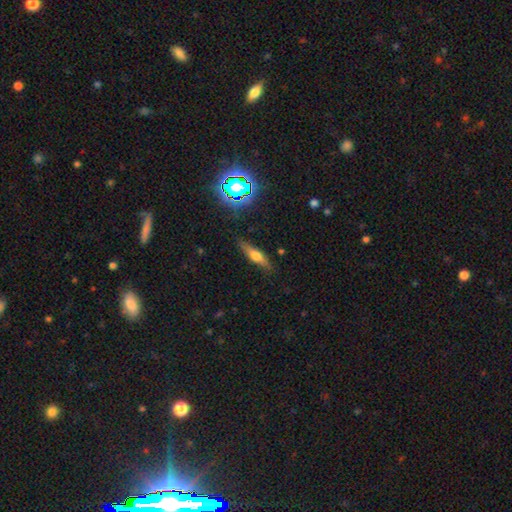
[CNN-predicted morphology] This is possibly a smooth galaxy (47%). Merging: clearly none (83%).